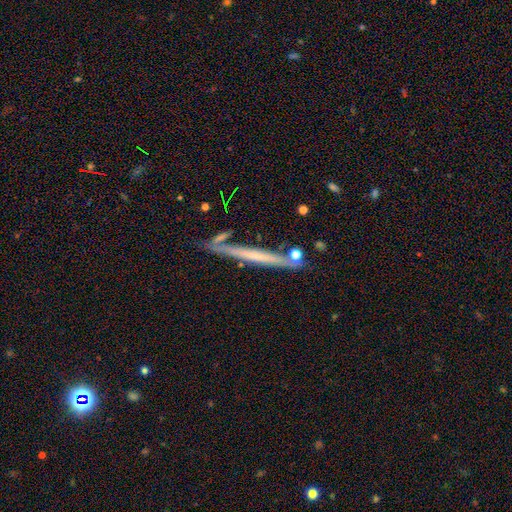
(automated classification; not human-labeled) Smooth or featured? featured or disk (59%)
Edge-on disk? yes (95%)
Edge-on bulge? none (80%)
Merging? none (81%)